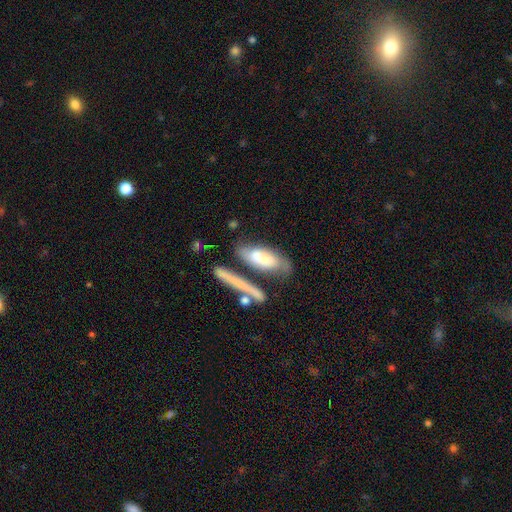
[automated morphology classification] smooth-or-featured: smooth: 58% | featured or disk: 36% | star or artifact: 6%
  how-rounded: in between: 62% | cigar-shaped: 34% | round: 4%
  merging: none: 47% | minor disturbance: 22% | merger: 20% | major disturbance: 11%